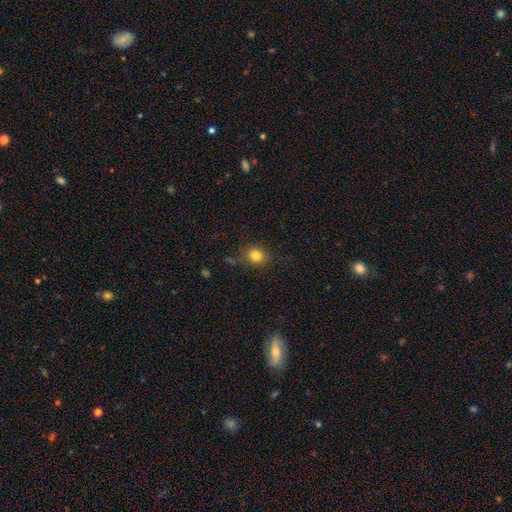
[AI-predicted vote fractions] Morphology: type=smooth (82%); roundness=round (76%); merging=none (82%).